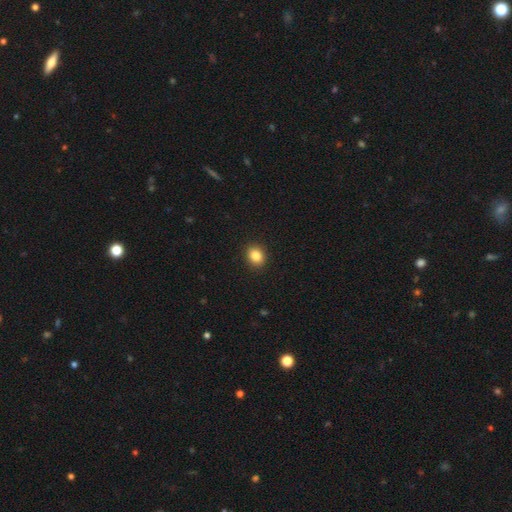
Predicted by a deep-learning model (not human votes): Q: Smooth or featured?
A: smooth (85%); runner-up: star or artifact (10%)
Q: How rounded?
A: round (56%); runner-up: in between (43%)
Q: Merging?
A: none (91%); runner-up: minor disturbance (6%)